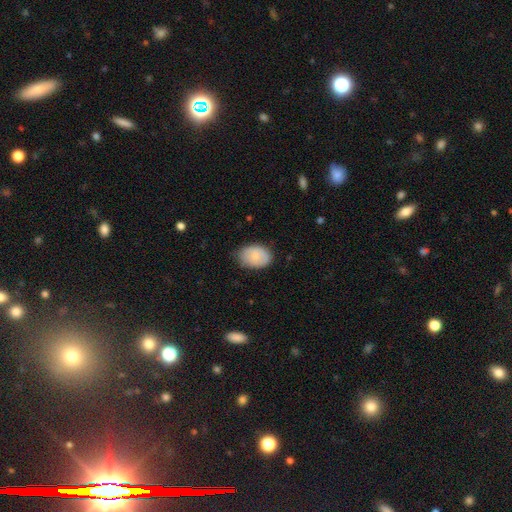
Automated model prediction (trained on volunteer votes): Smooth or featured? Predicted: smooth (p=0.83). How rounded? Predicted: in between (p=0.82). Merging? Predicted: none (p=0.71).